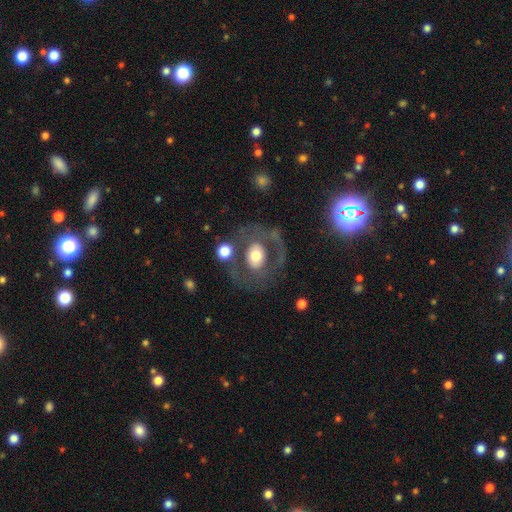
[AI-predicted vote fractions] Smooth or featured?
  - featured or disk: 50% *
  - smooth: 42%
  - star or artifact: 8%
Edge-on disk?
  - no: 95% *
  - yes: 5%
Merging?
  - none: 59% *
  - major disturbance: 18%
  - minor disturbance: 15%
  - merger: 8%